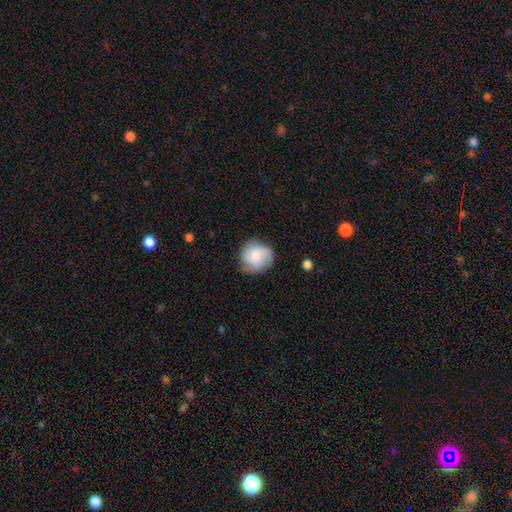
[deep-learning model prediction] Overall: smooth (63%; featured or disk 29%). How rounded: round (86%). Merging: none (70%).